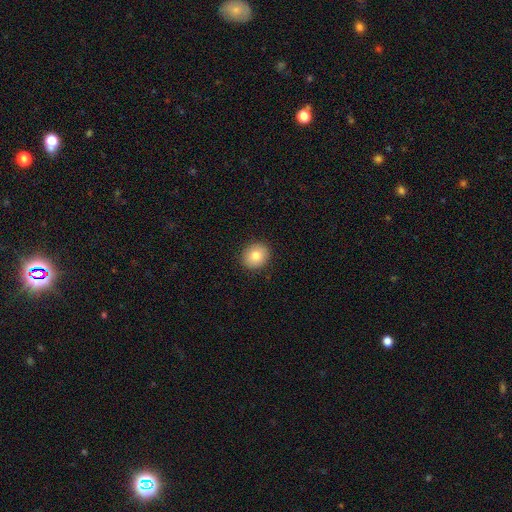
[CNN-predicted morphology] A smooth galaxy with no disk features (81%) that is round (75%).

Vote fractions:
- Smooth or featured? smooth: 81% / featured or disk: 10% / star or artifact: 9%
- How rounded? round: 75% / in between: 24% / cigar-shaped: 1%
- Merging? none: 91% / minor disturbance: 7% / major disturbance: 2% / merger: 1%